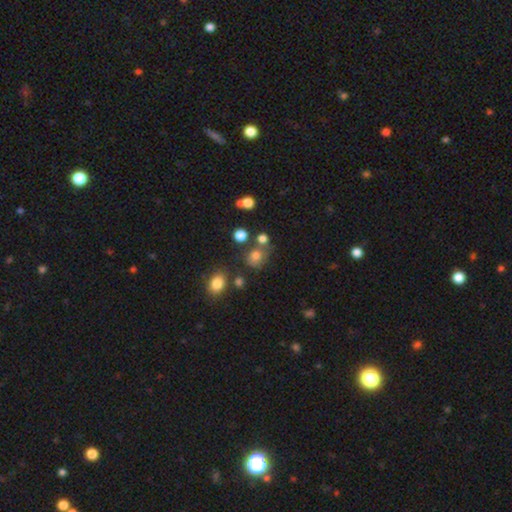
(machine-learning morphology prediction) Smooth or featured: smooth — 75% (star or artifact — 16%)
How rounded: round — 71% (in between — 28%)
Merging: none — 58% (merger — 18%)